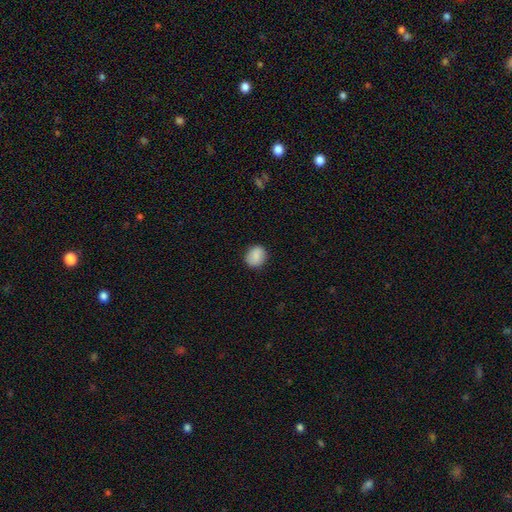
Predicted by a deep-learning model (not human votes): smooth-or-featured: smooth: 85% | star or artifact: 8% | featured or disk: 7%
  how-rounded: round: 71% | in between: 28% | cigar-shaped: 1%
  merging: none: 88% | minor disturbance: 9% | major disturbance: 2% | merger: 1%